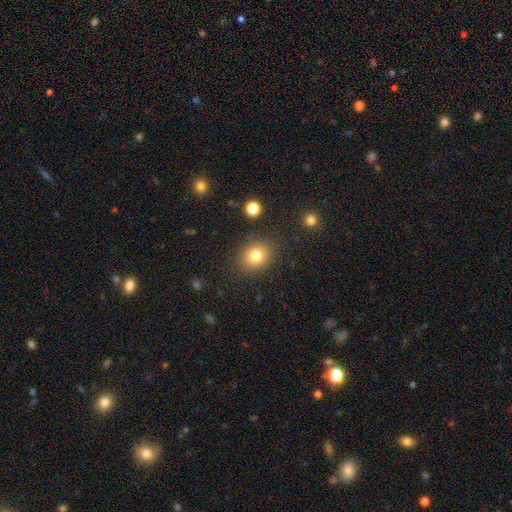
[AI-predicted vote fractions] Morphology: type=smooth (81%); roundness=round (64%); merging=none (84%).